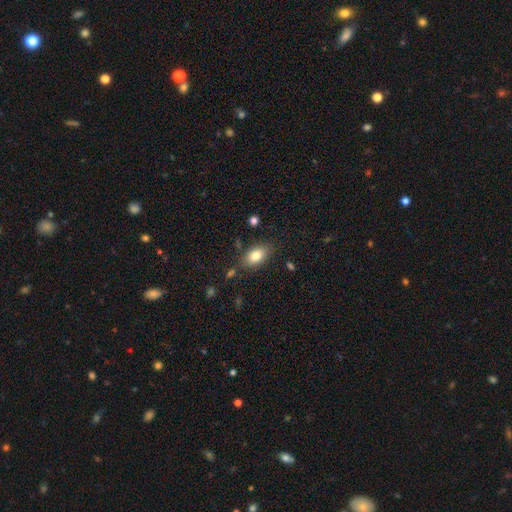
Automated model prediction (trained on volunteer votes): smooth_or_featured: smooth (p=0.83) [alt: featured or disk p=0.10]
how_rounded: in between (p=0.90) [alt: round p=0.07]
merging: none (p=0.80) [alt: minor disturbance p=0.13]